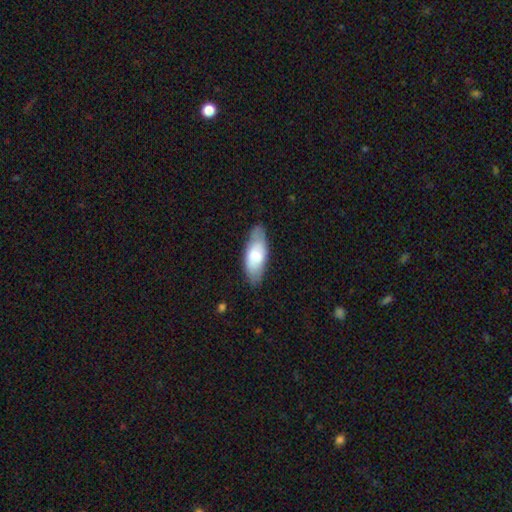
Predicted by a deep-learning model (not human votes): smooth_or_featured: smooth (p=0.62) [alt: featured or disk p=0.32]
how_rounded: in between (p=0.83) [alt: cigar-shaped p=0.15]
merging: none (p=0.79) [alt: minor disturbance p=0.16]